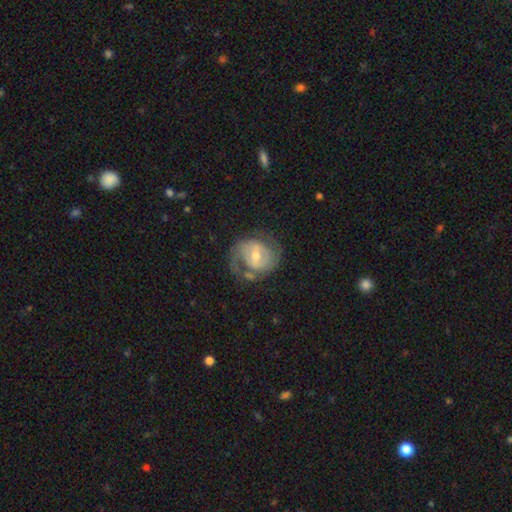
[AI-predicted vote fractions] Morphology: type=featured or disk (76%); edge-on=no (97%); bar=weak (49%); spiral arms=yes (83%); winding=medium (42%); arm count=2 (70%); bulge=moderate (62%); merging=none (54%).